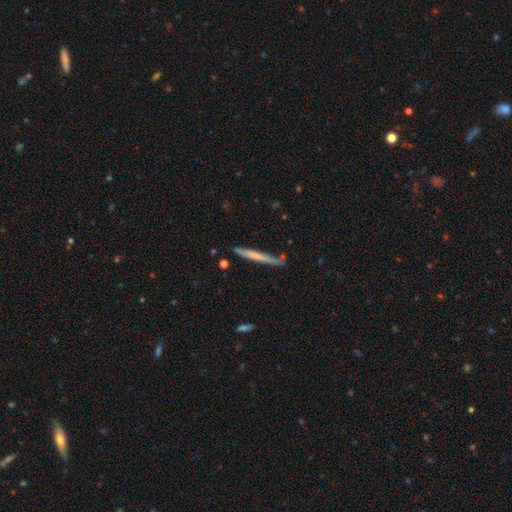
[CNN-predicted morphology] smooth_or_featured: smooth (p=0.58) [alt: featured or disk p=0.36]
how_rounded: cigar-shaped (p=0.97) [alt: in between p=0.02]
merging: none (p=0.78) [alt: minor disturbance p=0.16]